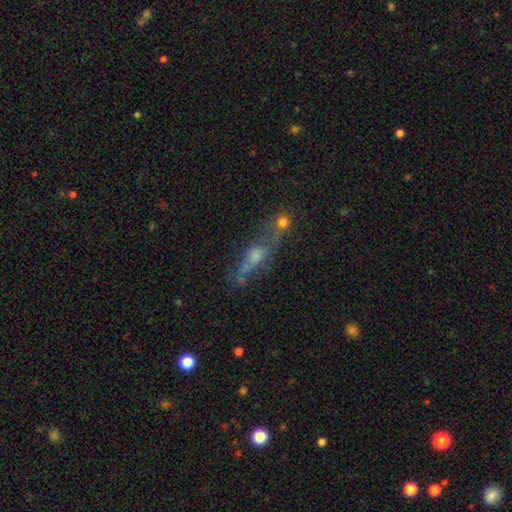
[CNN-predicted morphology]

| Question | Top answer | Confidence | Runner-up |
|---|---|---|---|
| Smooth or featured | featured or disk | 52% | smooth (32%) |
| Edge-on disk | yes | 51% | no (49%) |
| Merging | none | 39% | merger (31%) |